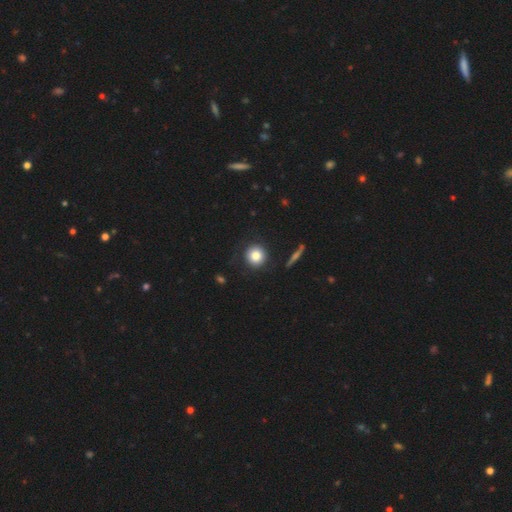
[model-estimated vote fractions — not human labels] Overall: smooth (82%). How rounded: round (92%). Merging: none (87%).